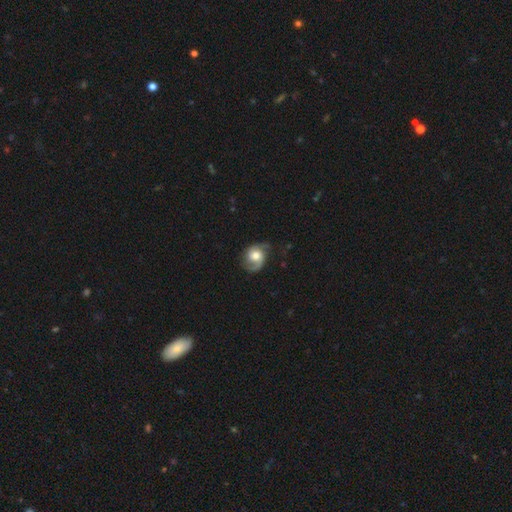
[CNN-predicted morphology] Q: Smooth or featured?
A: featured or disk (73%); runner-up: smooth (21%)
Q: Edge-on disk?
A: no (98%); runner-up: yes (2%)
Q: Bar?
A: no (70%); runner-up: weak (25%)
Q: Spiral arms?
A: yes (94%); runner-up: no (6%)
Q: Spiral winding?
A: medium (46%); runner-up: loose (29%)
Q: Spiral arm count?
A: 2 (78%); runner-up: 1 (15%)
Q: Bulge size?
A: moderate (56%); runner-up: large (29%)
Q: Merging?
A: none (65%); runner-up: minor disturbance (22%)